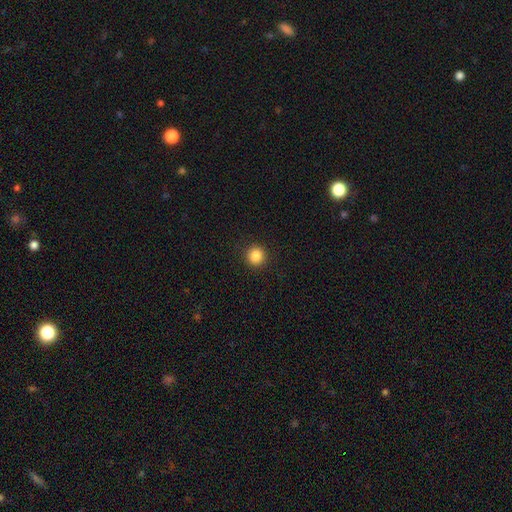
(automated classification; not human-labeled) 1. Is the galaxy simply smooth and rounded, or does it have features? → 85% smooth, 11% star or artifact, 4% featured or disk.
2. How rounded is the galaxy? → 95% round, 4% in between, 1% cigar-shaped.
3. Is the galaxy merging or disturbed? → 92% none, 5% minor disturbance, 2% major disturbance, 1% merger.